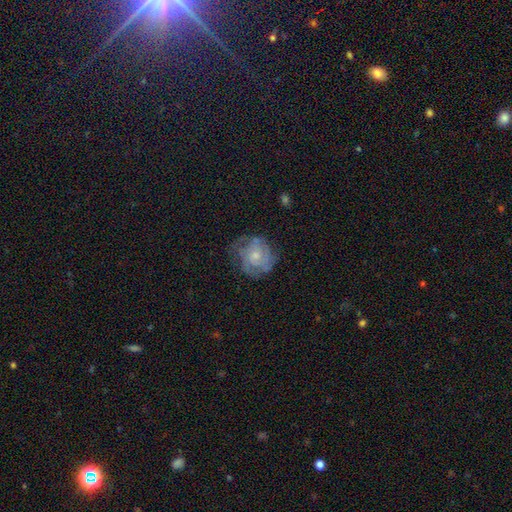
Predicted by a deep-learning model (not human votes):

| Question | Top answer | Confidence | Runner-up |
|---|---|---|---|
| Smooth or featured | featured or disk | 61% | smooth (31%) |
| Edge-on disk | no | 97% | yes (3%) |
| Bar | no | 80% | weak (17%) |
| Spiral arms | yes | 72% | no (28%) |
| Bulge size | moderate | 46% | small (44%) |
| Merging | none | 60% | minor disturbance (25%) |